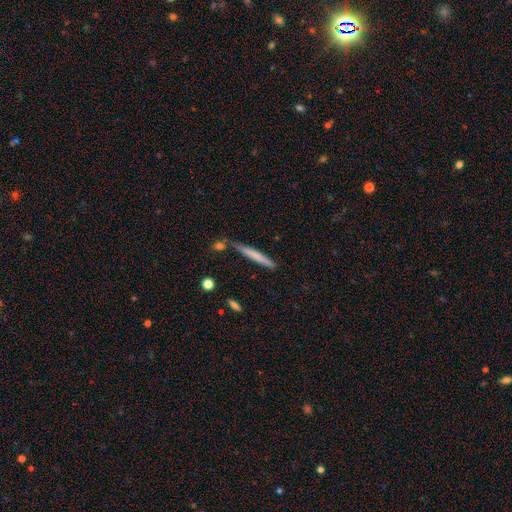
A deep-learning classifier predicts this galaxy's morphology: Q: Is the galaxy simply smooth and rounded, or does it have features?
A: smooth — 66%.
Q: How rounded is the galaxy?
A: cigar-shaped — 96%.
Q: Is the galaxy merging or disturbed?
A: none — 76%.